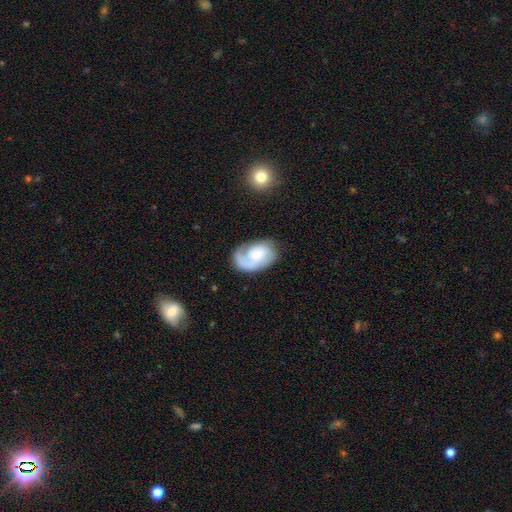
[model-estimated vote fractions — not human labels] A featured or disk galaxy (68%) with no bar (66%), 1 (63%) tight (43%) spiral arms (91%) and a small central bulge (39%). Merging: none (57%).